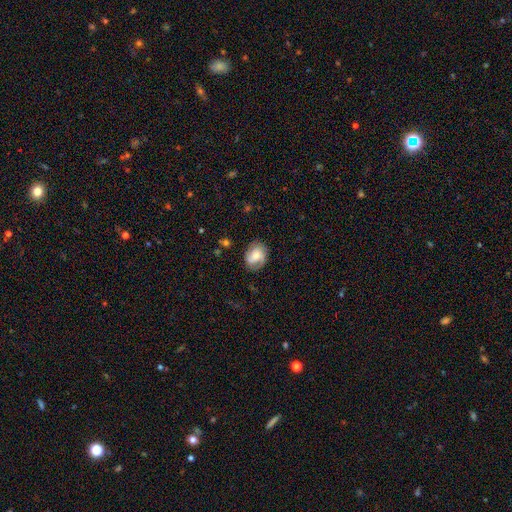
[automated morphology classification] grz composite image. It shows a smooth galaxy with no disk features (47%). Merging: none (73%).